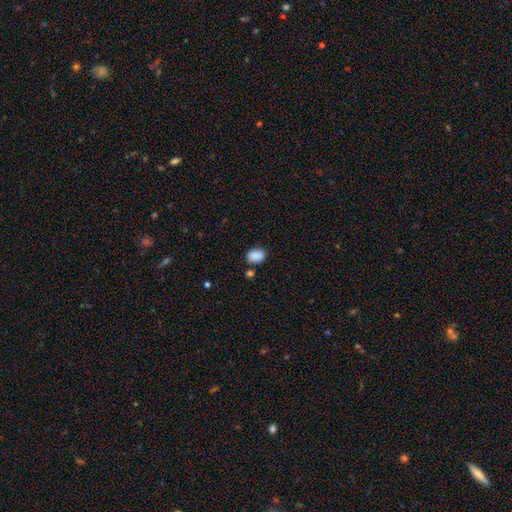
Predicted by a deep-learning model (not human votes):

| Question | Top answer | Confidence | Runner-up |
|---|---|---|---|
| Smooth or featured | smooth | 88% | star or artifact (8%) |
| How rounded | in between | 72% | round (27%) |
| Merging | none | 77% | minor disturbance (13%) |